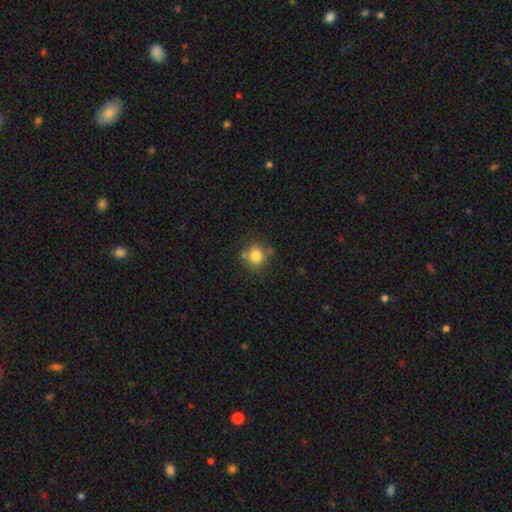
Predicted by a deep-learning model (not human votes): Overall: smooth (81%). How rounded: round (89%). Merging: none (73%).